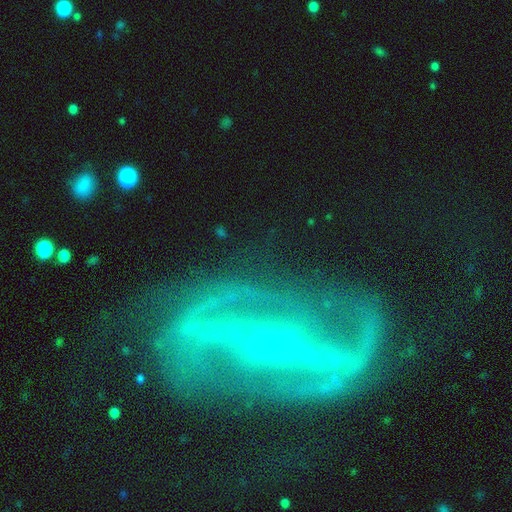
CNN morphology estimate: smooth_or_featured: featured or disk (p=0.86) [alt: star or artifact p=0.08]
disk_edge_on: no (p=0.93) [alt: yes p=0.07]
bar: strong (p=0.65) [alt: weak p=0.17]
has_spiral_arms: yes (p=0.82) [alt: no p=0.18]
spiral_winding: loose (p=0.40) [tied with: medium p=0.40]
spiral_arm_count: 2 (p=0.84) [alt: can't tell p=0.07]
bulge_size: small (p=0.90) [alt: moderate p=0.06]
merging: none (p=0.56) [alt: major disturbance p=0.22]